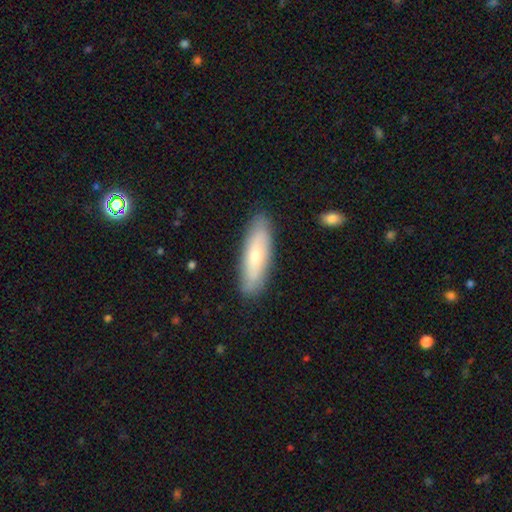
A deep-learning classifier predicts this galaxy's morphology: Smooth or featured? Predicted: smooth (p=0.62). How rounded? Predicted: cigar-shaped (p=0.55). Merging? Predicted: none (p=0.86).